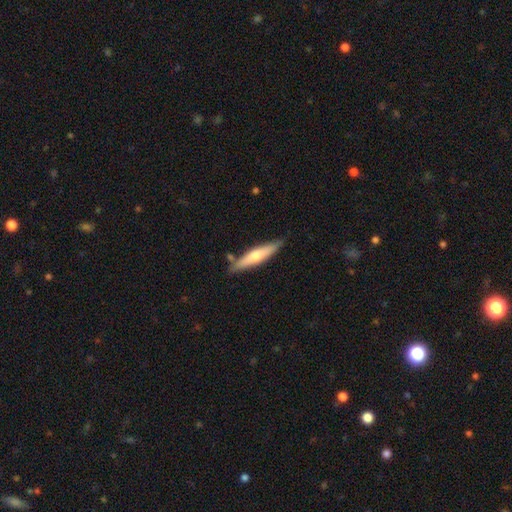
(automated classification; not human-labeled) Overall: smooth (53%; featured or disk 42%). How rounded: cigar-shaped (84%). Merging: none (82%).